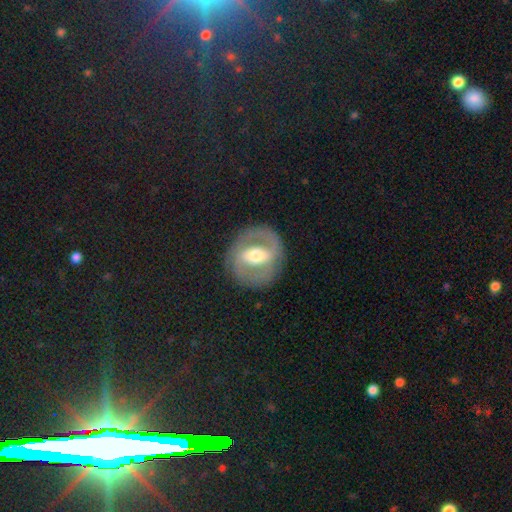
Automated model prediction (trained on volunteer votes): smooth-or-featured: featured or disk: 75% | smooth: 19% | star or artifact: 6%
  disk-edge-on: no: 96% | yes: 4%
    bar: strong: 47% | weak: 36% | no: 18%
    has-spiral-arms: yes: 69% | no: 31%
    bulge-size: moderate: 66% | small: 19% | large: 13% | dominant: 1% | none: 1%
  merging: none: 83% | minor disturbance: 10% | major disturbance: 5% | merger: 1%